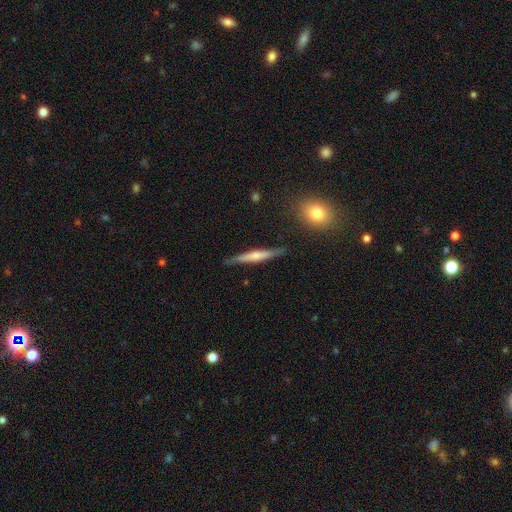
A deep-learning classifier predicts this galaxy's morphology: Smooth or featured?
  - featured or disk: 54% *
  - smooth: 40%
  - star or artifact: 6%
Edge-on disk?
  - yes: 96% *
  - no: 4%
Edge-on bulge?
  - rounded: 59% *
  - none: 25%
  - boxy: 16%
Merging?
  - none: 84% *
  - minor disturbance: 12%
  - major disturbance: 2%
  - merger: 2%